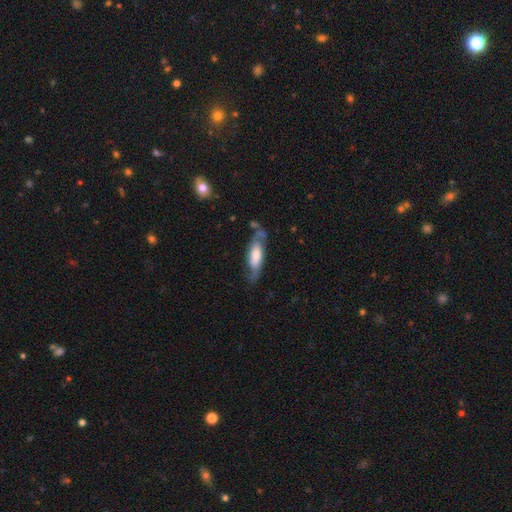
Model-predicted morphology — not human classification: Smooth or featured: smooth — 48% (featured or disk — 46%)
Merging: none — 59% (minor disturbance — 25%)